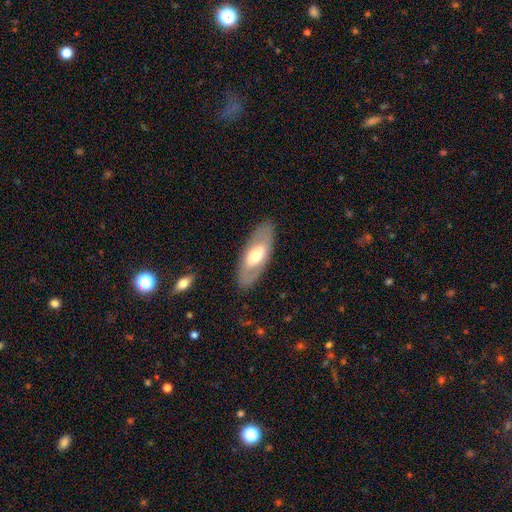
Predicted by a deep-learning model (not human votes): Q: Smooth or featured?
A: smooth (48%); runner-up: featured or disk (47%)
Q: Merging?
A: none (85%); runner-up: minor disturbance (10%)